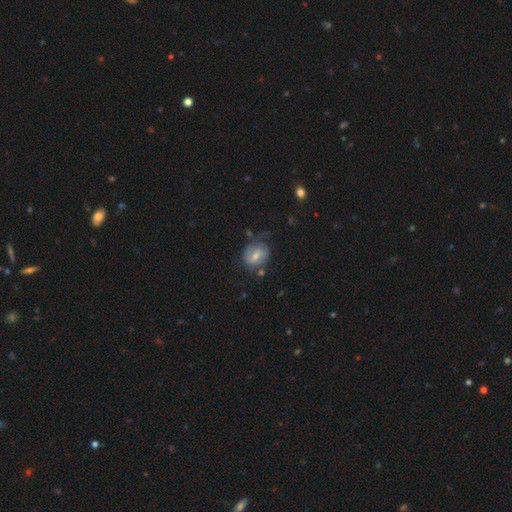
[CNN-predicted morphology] Smooth or featured? featured or disk (59%)
Edge-on disk? no (97%)
Bar? weak (54%)
Spiral arms? yes (80%)
Bulge size? moderate (53%)
Merging? none (54%)